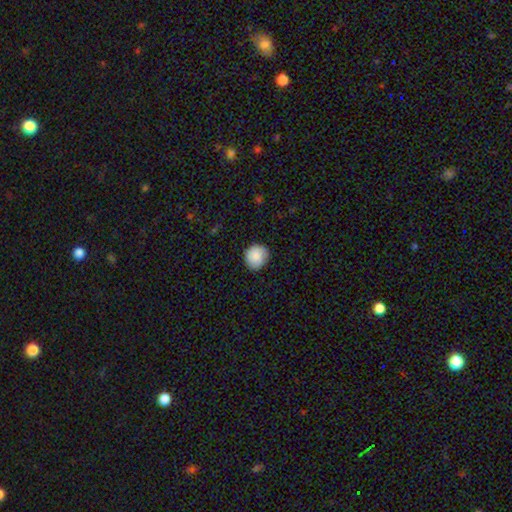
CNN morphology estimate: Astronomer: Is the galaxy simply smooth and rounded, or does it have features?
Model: smooth — 88%.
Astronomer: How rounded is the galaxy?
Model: round — 89%.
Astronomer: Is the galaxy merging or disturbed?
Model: none — 87%.